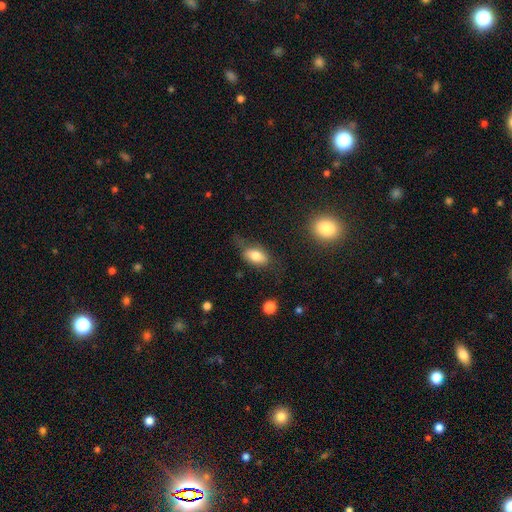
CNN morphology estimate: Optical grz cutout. It shows a smooth galaxy with no disk features (75%) that is in between round and cigar-shaped (89%). Merging: none (57%).